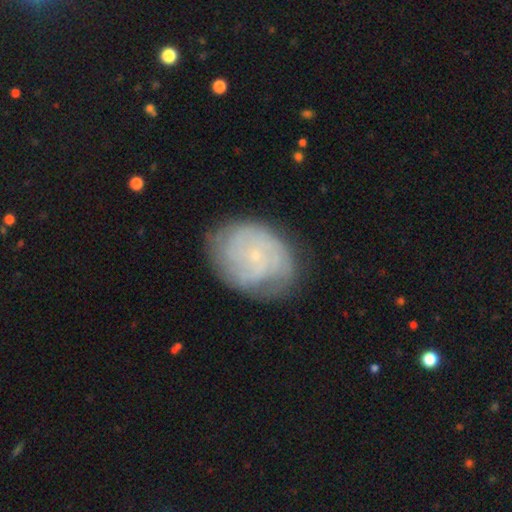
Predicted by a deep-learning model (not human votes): Morphology: type=featured or disk (65%); edge-on=no (97%); bar=no (81%); spiral arms=yes (84%); winding=tight (66%); arm count=can't tell (50%); bulge=small (86%); merging=none (72%).